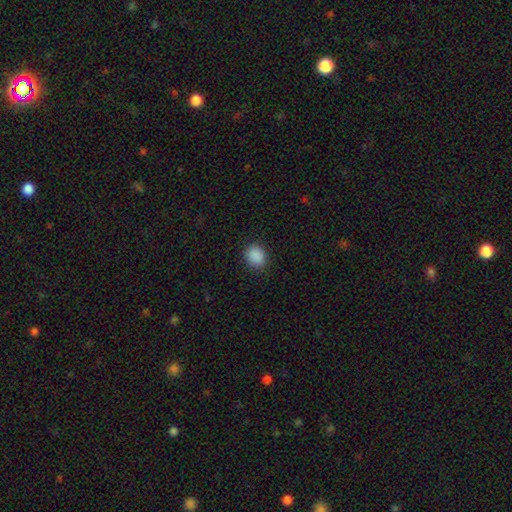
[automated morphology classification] Smooth or featured: smooth — 89% (star or artifact — 9%)
How rounded: round — 64% (in between — 35%)
Merging: none — 88% (minor disturbance — 8%)